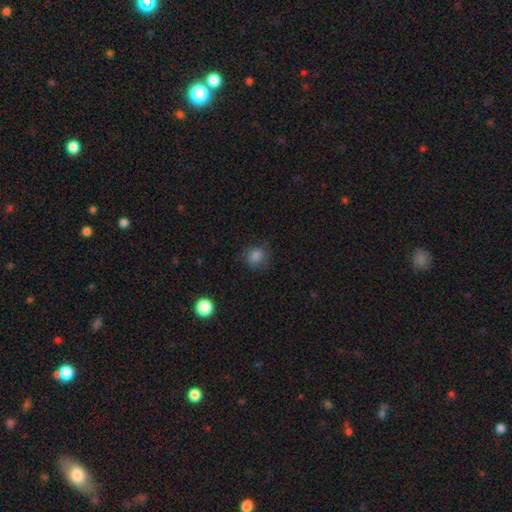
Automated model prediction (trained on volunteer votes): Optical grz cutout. It shows a smooth galaxy with no disk features (81%) that is round (69%). Merging: none (74%).